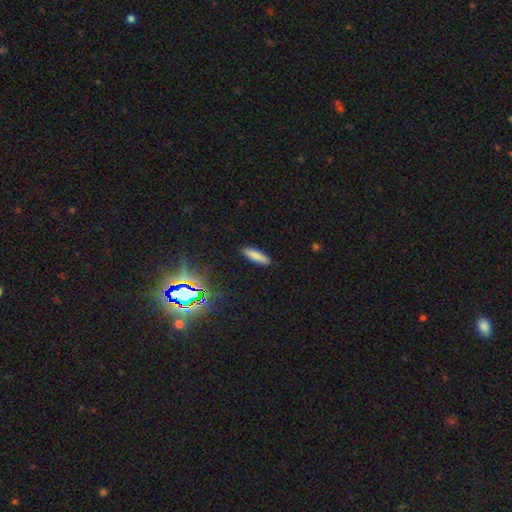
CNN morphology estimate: smooth 81%, star or artifact 10%, featured or disk 8%. Down the decision tree: how rounded — cigar-shaped (65%); merging — none (90%).